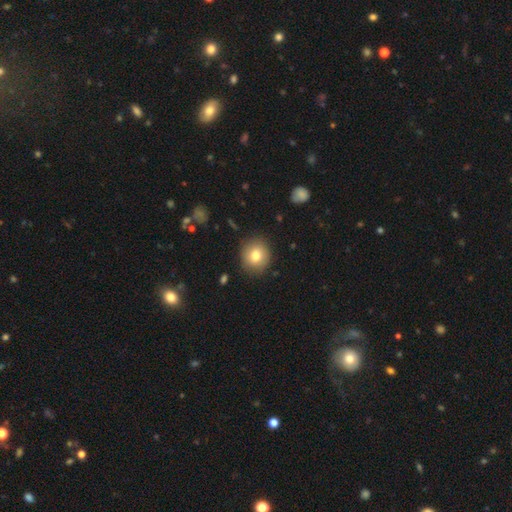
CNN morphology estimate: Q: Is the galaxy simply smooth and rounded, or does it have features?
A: smooth — 78%.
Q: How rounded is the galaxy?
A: round — 83%.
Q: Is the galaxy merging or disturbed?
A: none — 86%.